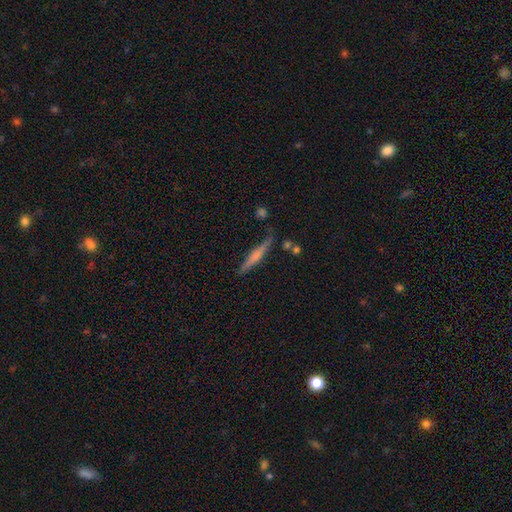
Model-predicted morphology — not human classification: A smooth galaxy with no disk features (47%). Merging: none (76%).